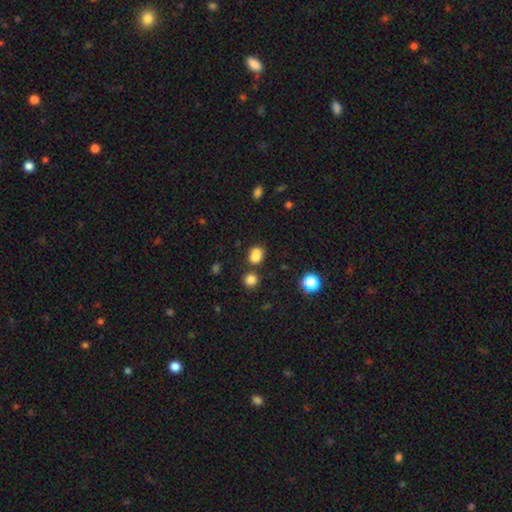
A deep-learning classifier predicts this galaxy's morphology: Smooth or featured?
  - smooth: 78% *
  - star or artifact: 14%
  - featured or disk: 7%
How rounded?
  - round: 55% *
  - in between: 44%
  - cigar-shaped: 1%
Merging?
  - none: 53% *
  - merger: 26%
  - minor disturbance: 15%
  - major disturbance: 6%